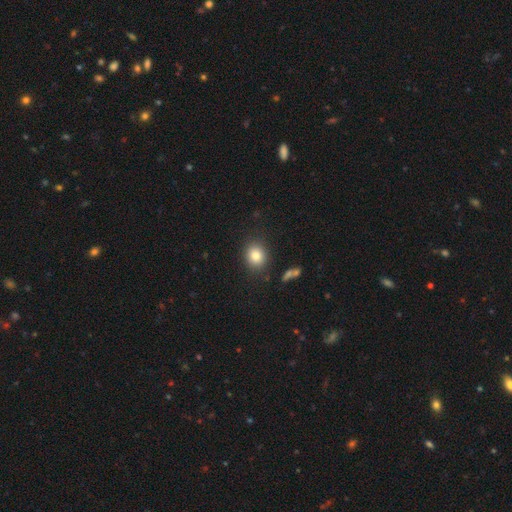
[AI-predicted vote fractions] smooth 81%, star or artifact 11%, featured or disk 8%. Down the decision tree: how rounded — round (66%); merging — none (87%).